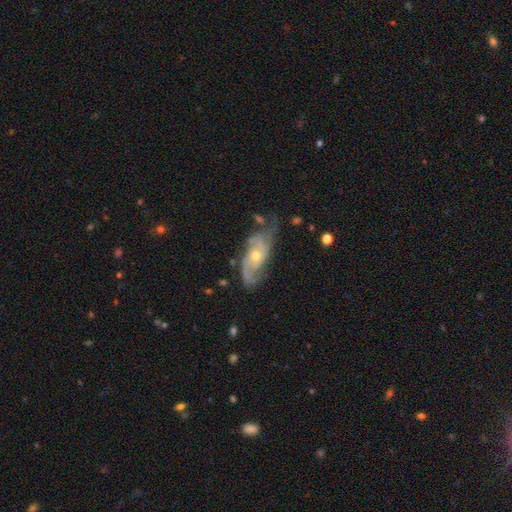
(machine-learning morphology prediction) smooth-or-featured: featured or disk: 84% | smooth: 10% | star or artifact: 6%
  disk-edge-on: no: 92% | yes: 8%
    bar: no: 70% | weak: 25% | strong: 5%
    has-spiral-arms: yes: 94% | no: 6%
      spiral-winding: medium: 44% | tight: 37% | loose: 19%
      spiral-arm-count: 2: 46% | can't tell: 21% | 3: 20% | 4: 5% | 1: 4% | more than 4: 3%
    bulge-size: moderate: 52% | small: 44% | large: 2% | none: 1% | dominant: 1%
  merging: none: 59% | minor disturbance: 25% | major disturbance: 12% | merger: 3%